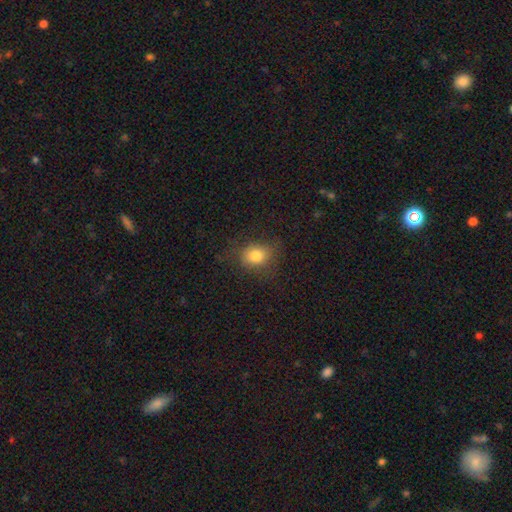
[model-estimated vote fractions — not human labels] Morphology: type=smooth (80%); roundness=round (60%); merging=none (78%).